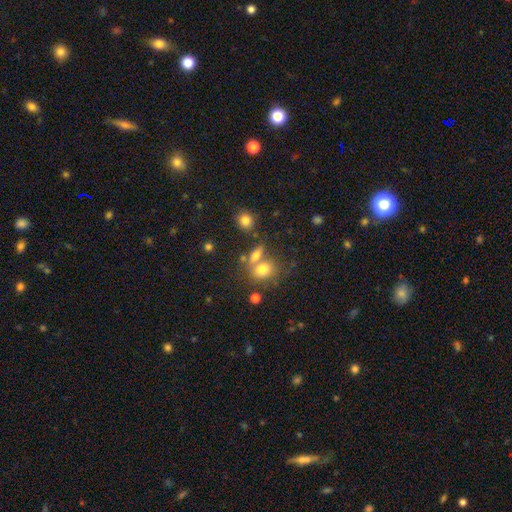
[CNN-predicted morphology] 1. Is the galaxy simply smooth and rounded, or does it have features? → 74% smooth, 13% featured or disk, 13% star or artifact.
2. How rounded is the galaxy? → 57% in between, 40% round, 3% cigar-shaped.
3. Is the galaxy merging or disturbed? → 42% none (tied), 42% merger (tied), 11% minor disturbance, 6% major disturbance.